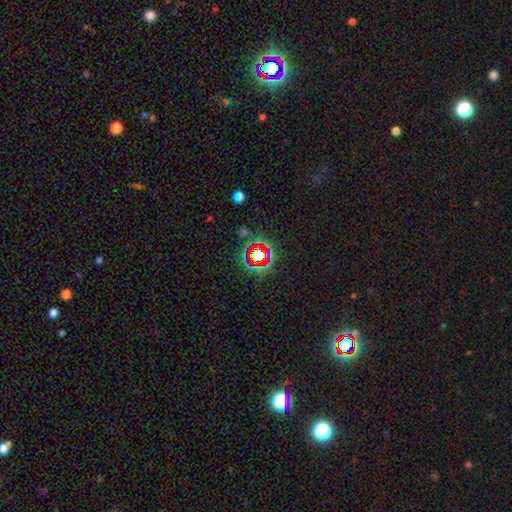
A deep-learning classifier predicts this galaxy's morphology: A star or artifact, not a galaxy (68%).